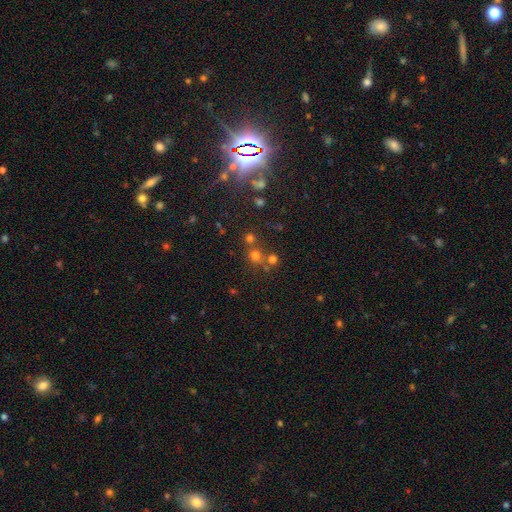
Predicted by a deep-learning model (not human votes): smooth_or_featured: smooth (p=0.49) [alt: star or artifact p=0.40]
merging: none (p=0.64) [alt: merger p=0.24]